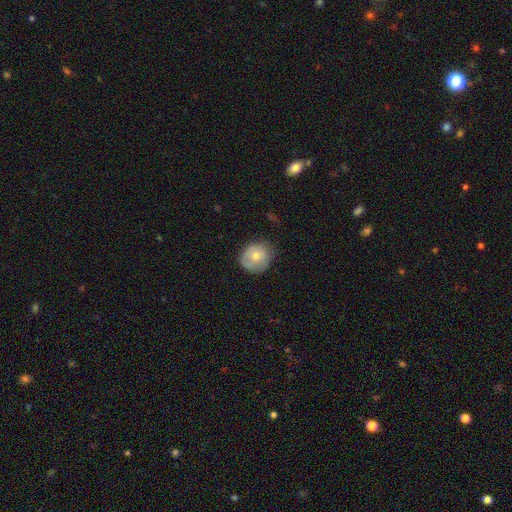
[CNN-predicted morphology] Overall: smooth (66%; featured or disk 27%). How rounded: round (75%). Merging: none (61%; minor disturbance 29%).